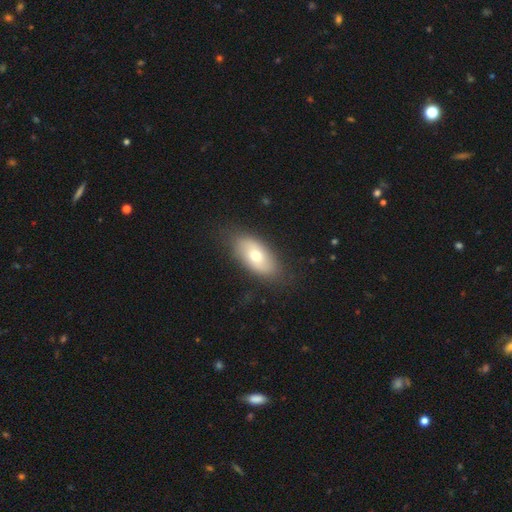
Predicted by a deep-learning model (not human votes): This appears to be a smooth galaxy with no disk features (60%) that is in between round and cigar-shaped (90%). Merging: none (81%).